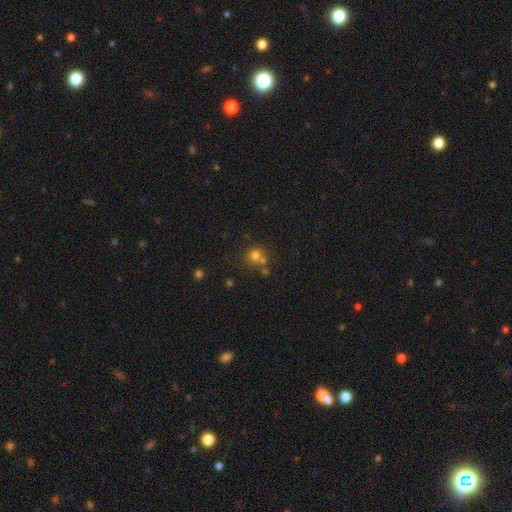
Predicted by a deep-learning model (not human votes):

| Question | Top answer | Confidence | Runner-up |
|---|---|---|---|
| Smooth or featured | smooth | 73% | star or artifact (17%) |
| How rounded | round | 88% | in between (11%) |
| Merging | none | 58% | merger (28%) |